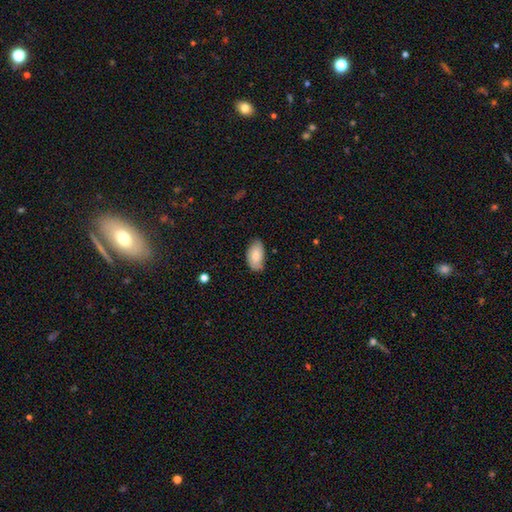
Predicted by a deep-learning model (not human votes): smooth-or-featured: smooth: 79% | featured or disk: 14% | star or artifact: 7%
  how-rounded: in between: 94% | round: 4% | cigar-shaped: 2%
  merging: none: 68% | minor disturbance: 26% | major disturbance: 4% | merger: 2%